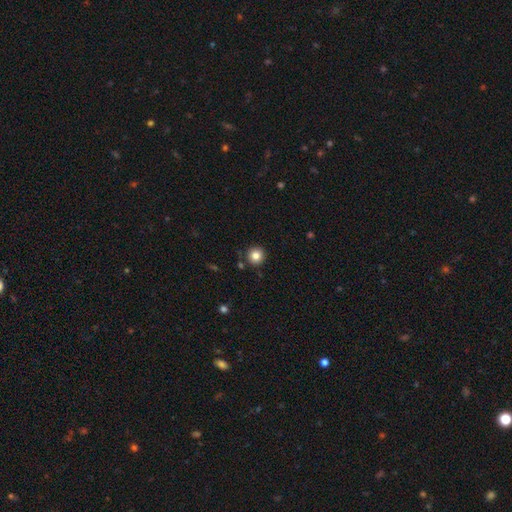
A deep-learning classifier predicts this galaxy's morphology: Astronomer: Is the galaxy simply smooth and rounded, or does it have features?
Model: smooth — 84%.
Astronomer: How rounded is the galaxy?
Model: round — 94%.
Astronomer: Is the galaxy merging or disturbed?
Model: none — 88%.